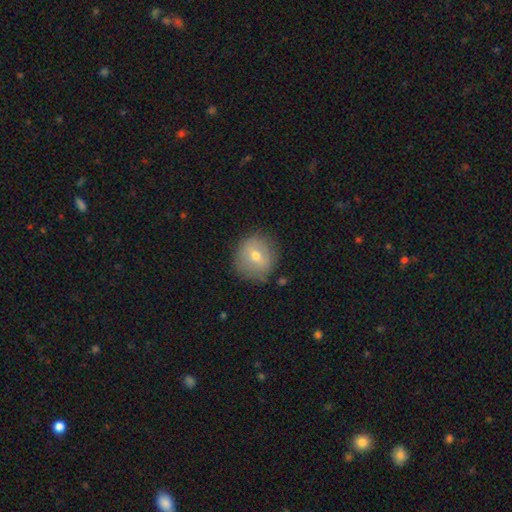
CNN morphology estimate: Smooth or featured: smooth — 63% (featured or disk — 29%)
How rounded: round — 91% (in between — 8%)
Merging: none — 79% (minor disturbance — 15%)